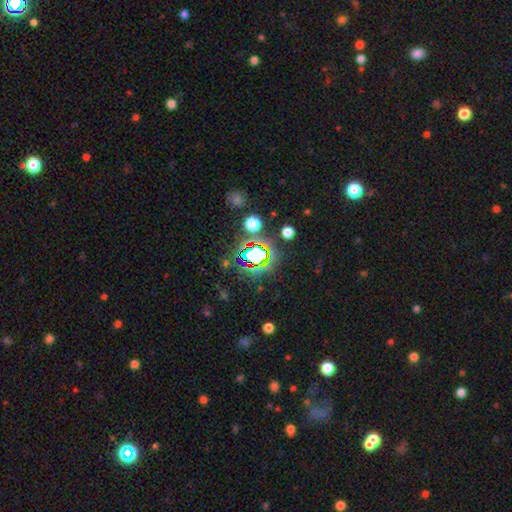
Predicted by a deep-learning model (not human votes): Morphology: type=star or artifact (64%).